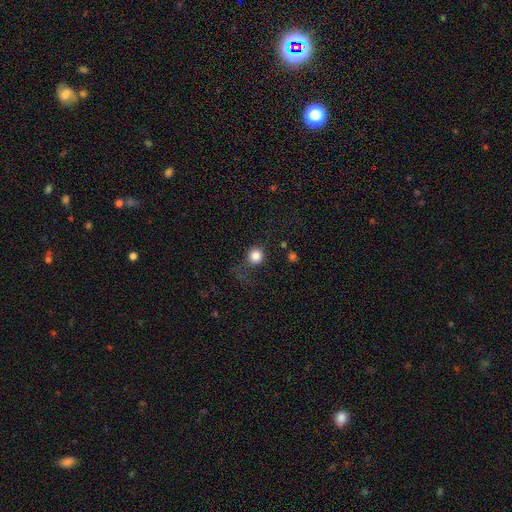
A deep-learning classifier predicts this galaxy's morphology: A smooth galaxy with no disk features (83%) that is round (92%).

Vote fractions:
- Smooth or featured? smooth: 83% / star or artifact: 11% / featured or disk: 6%
- How rounded? round: 92% / in between: 7% / cigar-shaped: 1%
- Merging? none: 68% / minor disturbance: 15% / major disturbance: 13% / merger: 3%